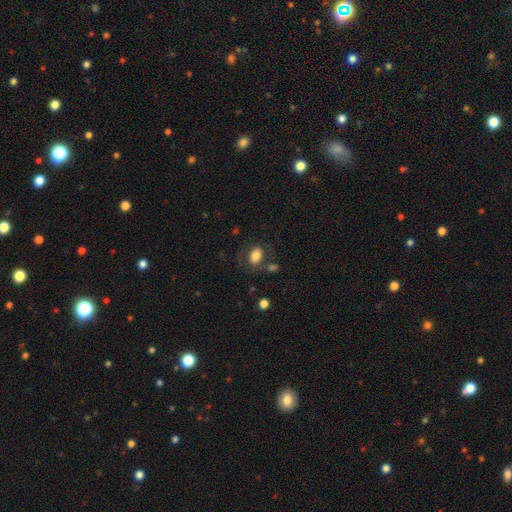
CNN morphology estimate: Q: Smooth or featured?
A: smooth (76%); runner-up: featured or disk (15%)
Q: How rounded?
A: in between (81%); runner-up: round (18%)
Q: Merging?
A: none (62%); runner-up: minor disturbance (17%)